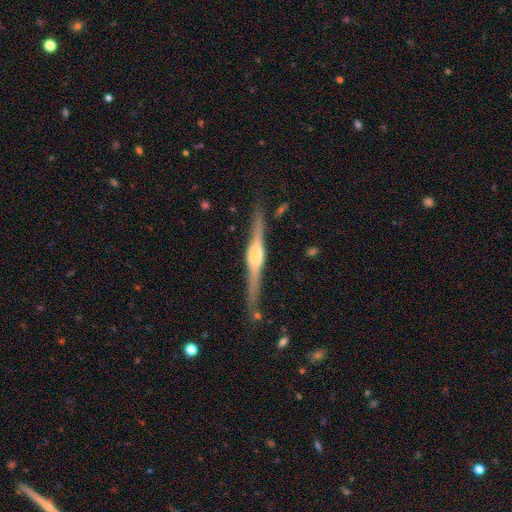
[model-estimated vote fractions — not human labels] Smooth or featured: featured or disk — 86% (smooth — 9%)
Edge-on disk: yes — 98% (no — 2%)
Edge-on bulge: rounded — 78% (boxy — 20%)
Merging: none — 86% (minor disturbance — 10%)